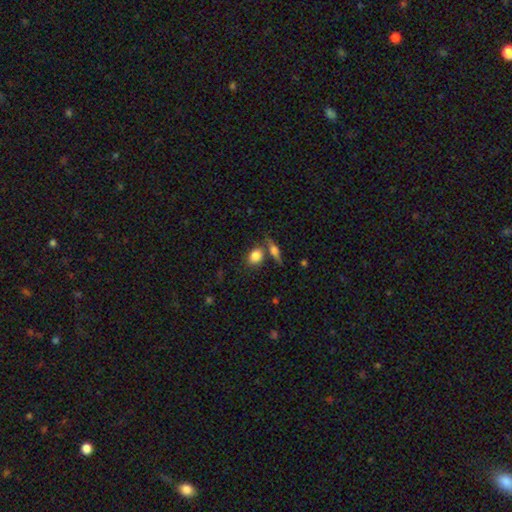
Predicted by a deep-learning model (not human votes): This is clearly a smooth galaxy (83%). How rounded: likely in between (62%). Merging: likely none (62%).